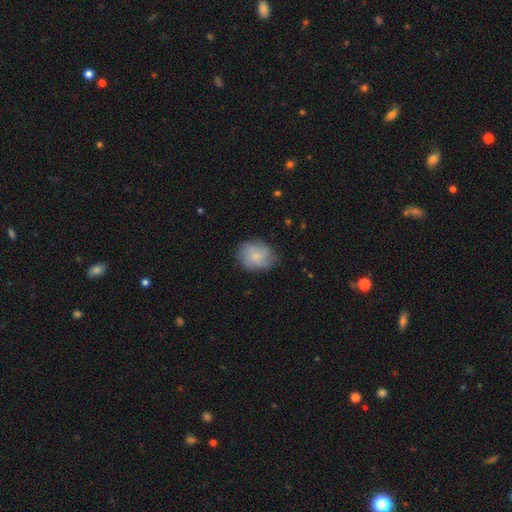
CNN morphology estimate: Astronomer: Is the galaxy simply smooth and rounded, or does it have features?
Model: smooth — 59%.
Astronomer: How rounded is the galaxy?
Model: in between — 51% (runner-up: round, 48%).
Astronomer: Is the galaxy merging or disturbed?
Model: none — 78%.